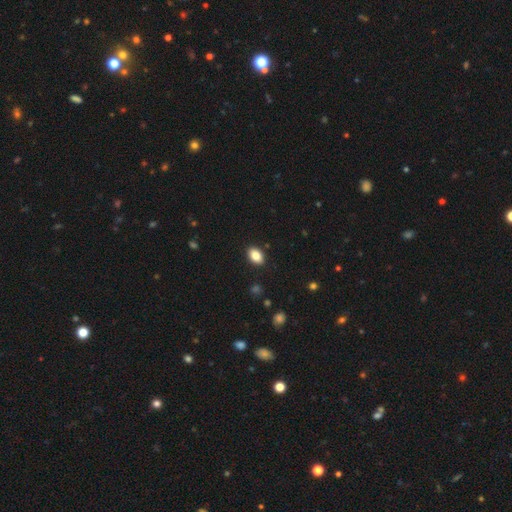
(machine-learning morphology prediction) Q: Smooth or featured?
A: smooth (85%); runner-up: star or artifact (8%)
Q: How rounded?
A: in between (85%); runner-up: round (13%)
Q: Merging?
A: none (89%); runner-up: minor disturbance (8%)